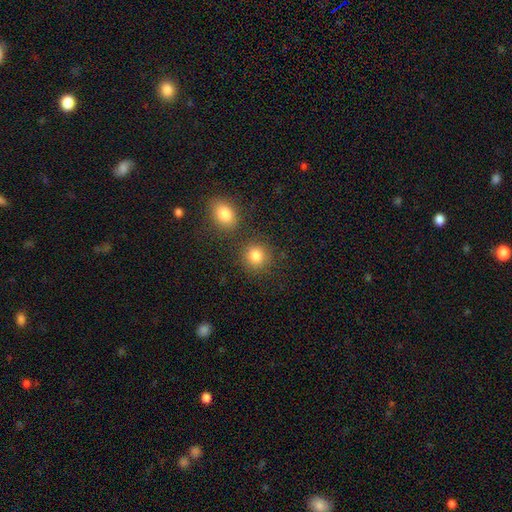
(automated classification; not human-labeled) This is clearly a smooth galaxy (84%). How rounded: clearly round (84%). Merging: likely none (76%).